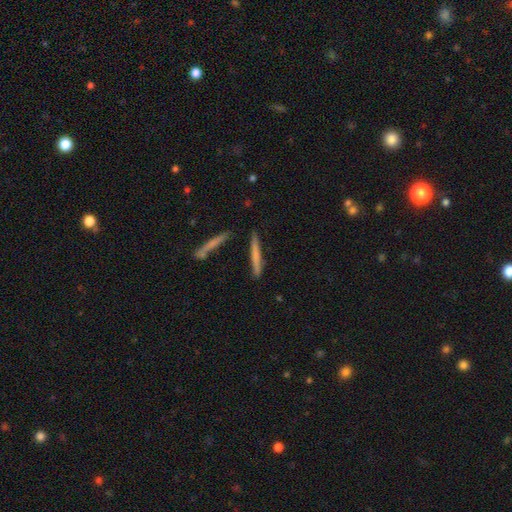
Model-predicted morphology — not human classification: Overall: smooth (59%; featured or disk 35%). How rounded: cigar-shaped (95%). Merging: none (83%).